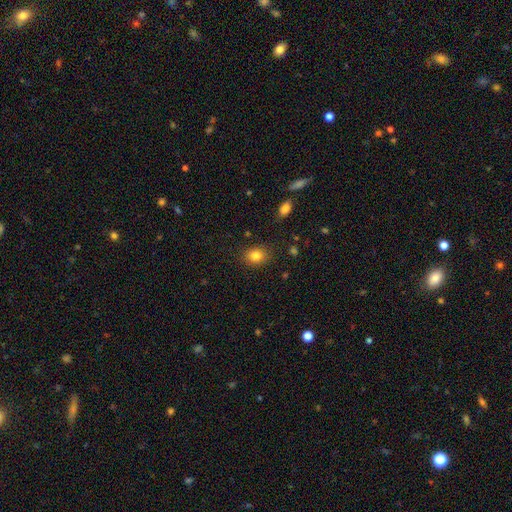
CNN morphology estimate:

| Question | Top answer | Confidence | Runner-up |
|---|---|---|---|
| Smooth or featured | smooth | 83% | star or artifact (11%) |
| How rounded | round | 50% | in between (49%) |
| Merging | none | 84% | minor disturbance (11%) |